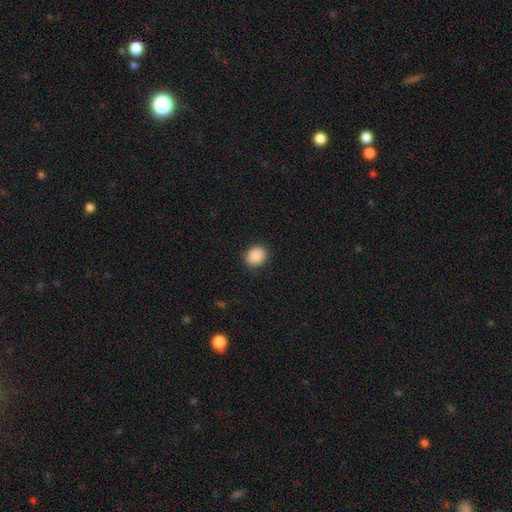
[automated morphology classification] Overall: smooth (90%). How rounded: round (64%; in between 35%). Merging: none (89%).